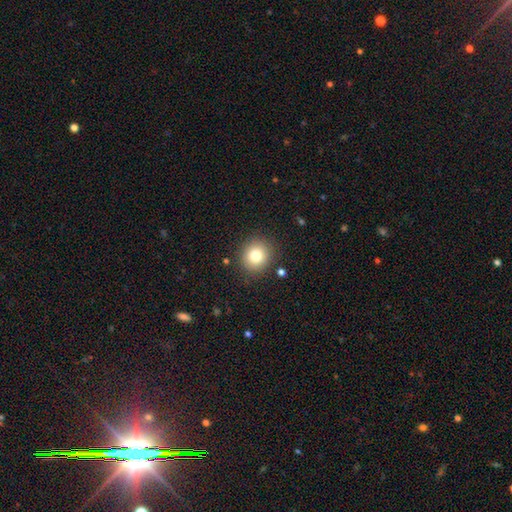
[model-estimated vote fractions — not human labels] The model was most divided on "smooth or featured": smooth: 81%, star or artifact: 11%, featured or disk: 8%. More confident: merging — none (88%); how rounded — round (87%).